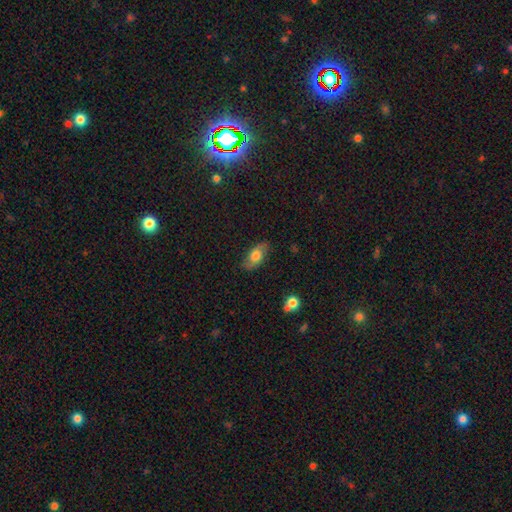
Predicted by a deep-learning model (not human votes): Smooth or featured? smooth (53%)
How rounded? in between (84%)
Merging? none (78%)